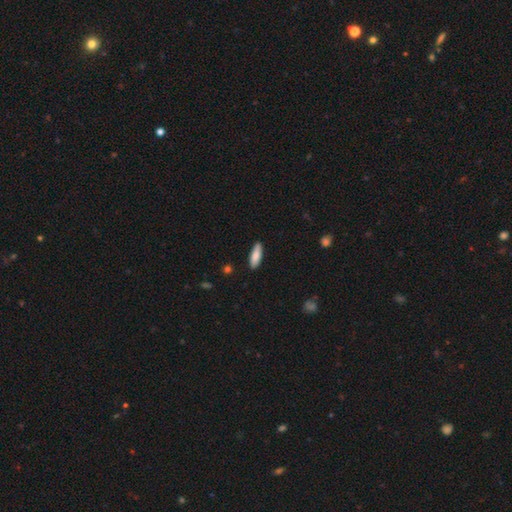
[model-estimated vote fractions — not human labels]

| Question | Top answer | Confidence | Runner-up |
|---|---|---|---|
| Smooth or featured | smooth | 83% | featured or disk (12%) |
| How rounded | cigar-shaped | 51% | in between (47%) |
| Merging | none | 86% | minor disturbance (11%) |